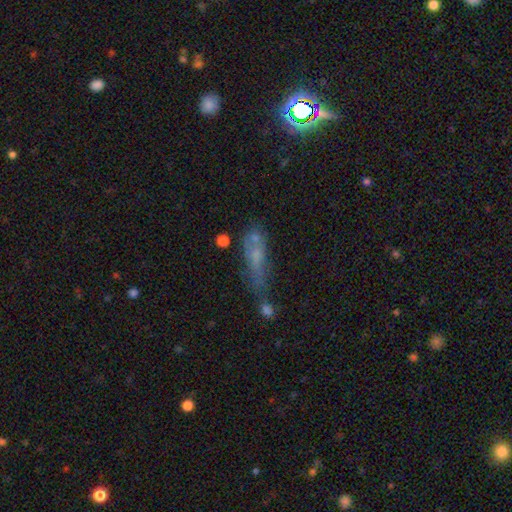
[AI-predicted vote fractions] Morphology: type=smooth (54%); roundness=cigar-shaped (58%); merging=none (36%).